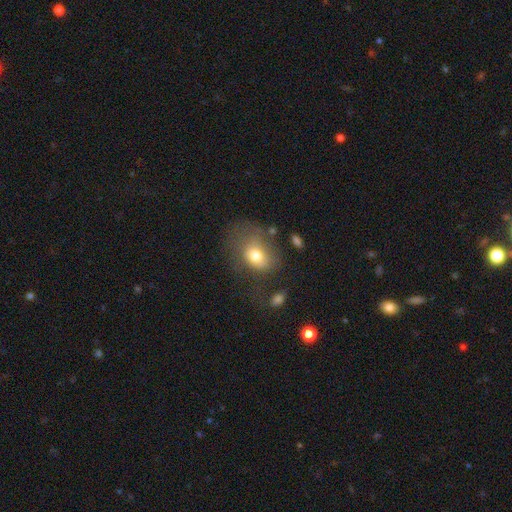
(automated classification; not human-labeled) Smooth or featured? smooth (70%)
How rounded? in between (66%)
Merging? none (37%)